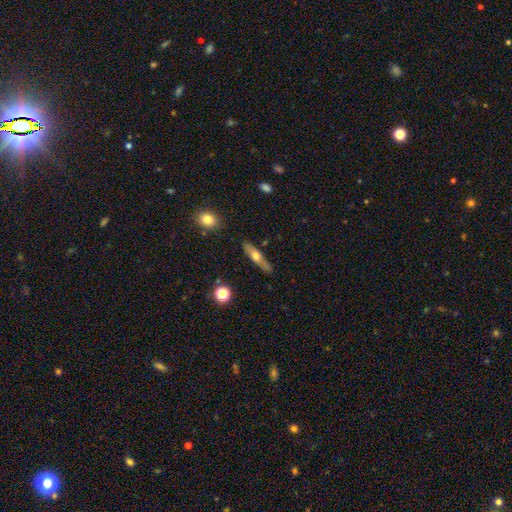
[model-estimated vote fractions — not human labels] smooth-or-featured: smooth: 48% | featured or disk: 45% | star or artifact: 7%
  merging: none: 82% | minor disturbance: 13% | major disturbance: 3% | merger: 2%